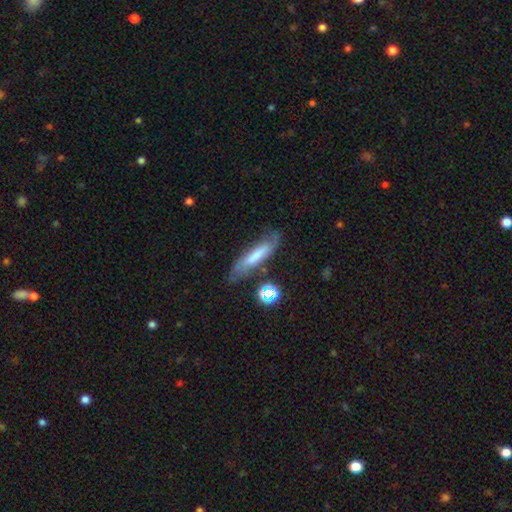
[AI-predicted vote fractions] Morphology: type=smooth (53%); roundness=cigar-shaped (76%); merging=none (66%).